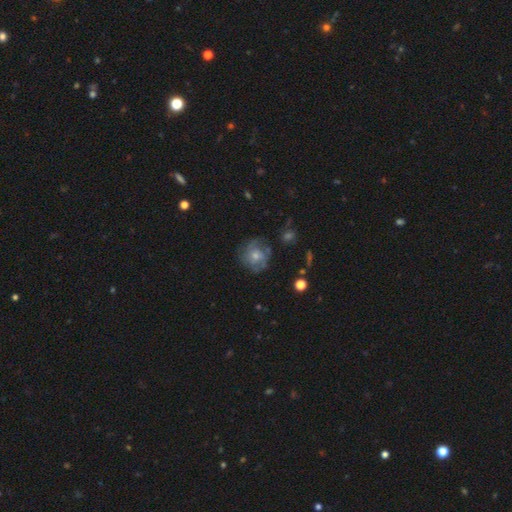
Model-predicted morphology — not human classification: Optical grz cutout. It shows a featured or disk galaxy (49%). Merging: none (63%).